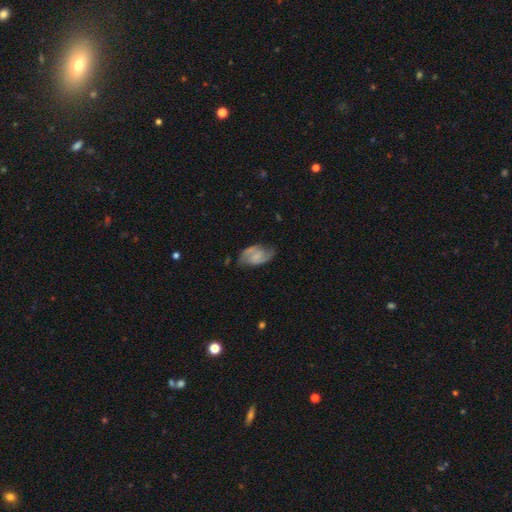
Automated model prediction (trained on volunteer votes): The model was most divided on "bulge size": none: 41%, small: 40%, moderate: 16%, large: 3%, dominant: 1%. Remaining: edge-on disk — no (97%); spiral arms — yes (93%); spiral arm count — 2 (89%); smooth or featured — featured or disk (73%); merging — none (72%); bar — weak (49%); spiral winding — medium (49%).